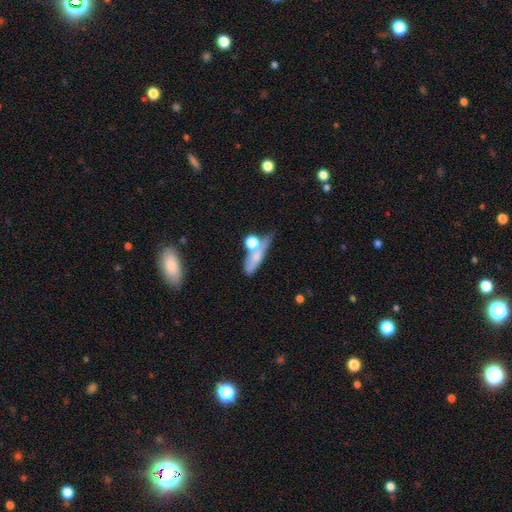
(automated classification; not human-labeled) smooth_or_featured: smooth (p=0.60) [alt: featured or disk p=0.28]
how_rounded: cigar-shaped (p=0.42) [alt: in between p=0.40]
merging: none (p=0.36) [alt: merger p=0.25]